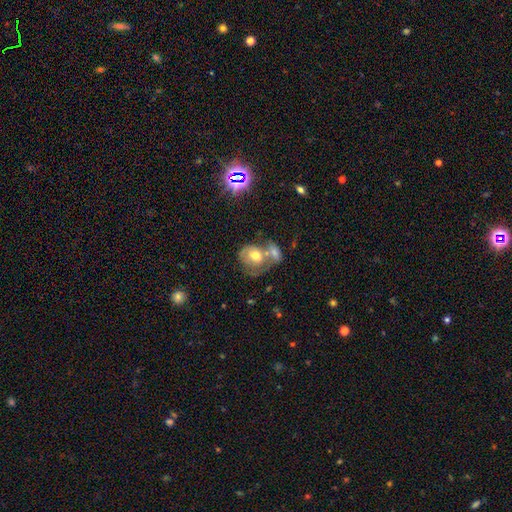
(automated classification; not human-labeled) This is possibly a smooth galaxy (51%). How rounded: possibly round (57%). Merging: possibly merger (55%).